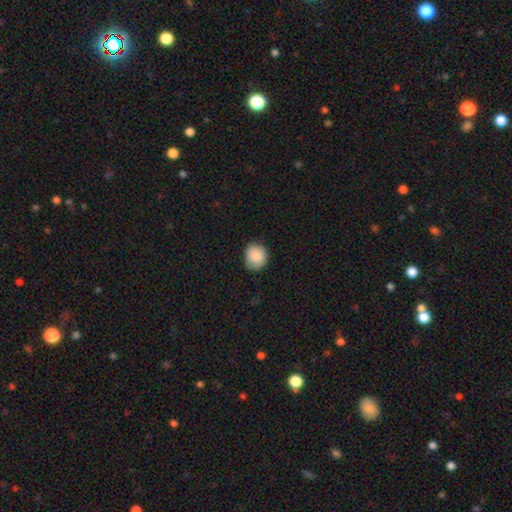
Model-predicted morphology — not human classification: type=smooth (85%); roundness=round (77%); merging=none (77%).